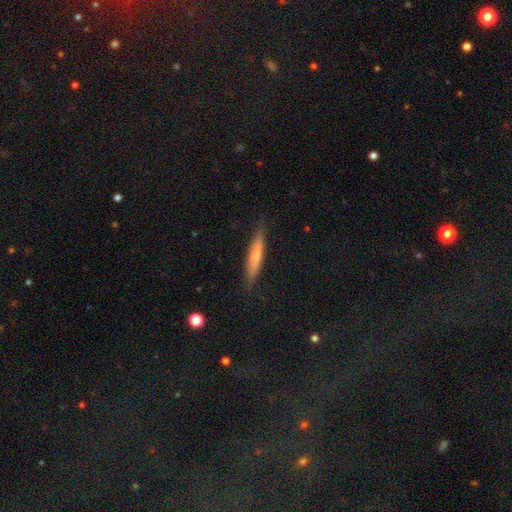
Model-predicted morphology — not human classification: A smooth galaxy with no disk features (59%) that is cigar-shaped (91%).

Vote fractions:
- Smooth or featured? smooth: 59% / featured or disk: 35% / star or artifact: 6%
- How rounded? cigar-shaped: 91% / in between: 8% / round: 1%
- Merging? none: 84% / minor disturbance: 13% / major disturbance: 2% / merger: 1%